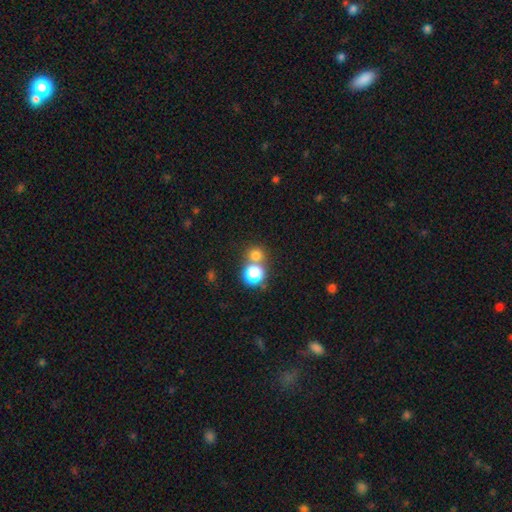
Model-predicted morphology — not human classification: Smooth or featured? Predicted: smooth (p=0.72). How rounded? Predicted: round (p=0.87). Merging? Predicted: none (p=0.56).